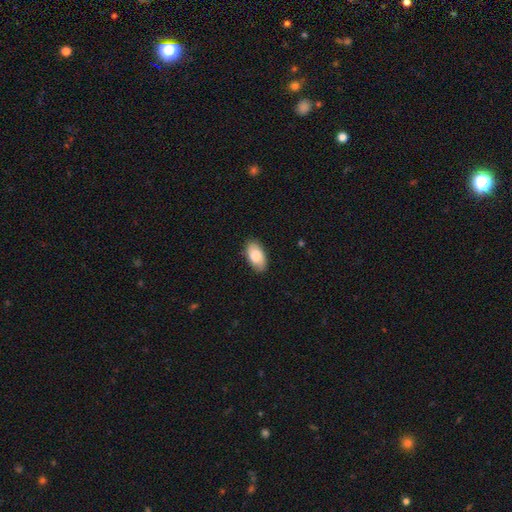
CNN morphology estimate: smooth-or-featured: smooth: 81% | featured or disk: 14% | star or artifact: 6%
  how-rounded: in between: 95% | round: 3% | cigar-shaped: 2%
  merging: none: 86% | minor disturbance: 11% | major disturbance: 2% | merger: 1%